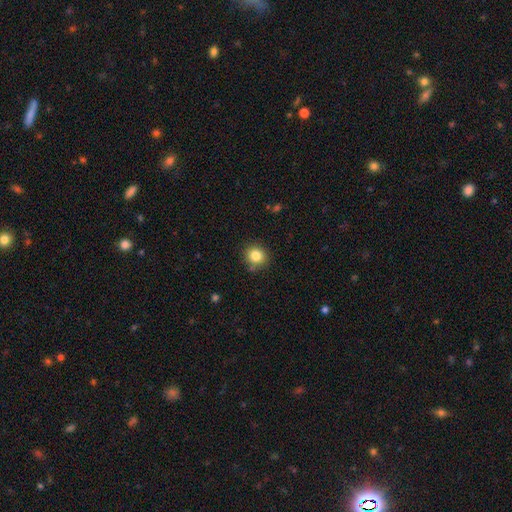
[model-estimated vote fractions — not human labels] Q: Smooth or featured?
A: smooth (84%); runner-up: star or artifact (11%)
Q: How rounded?
A: round (84%); runner-up: in between (15%)
Q: Merging?
A: none (82%); runner-up: minor disturbance (11%)